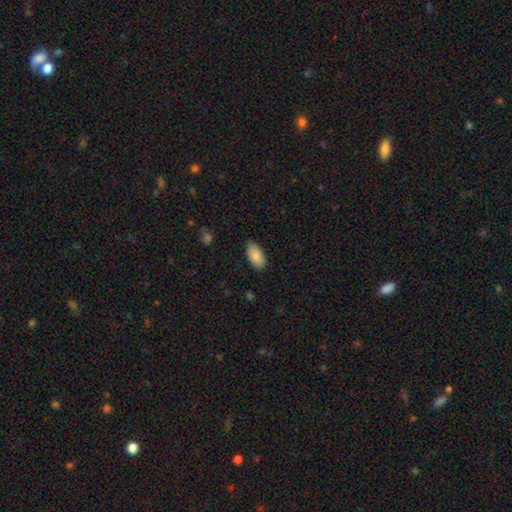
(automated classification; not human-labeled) smooth_or_featured: smooth (p=0.85) [alt: featured or disk p=0.08]
how_rounded: in between (p=0.94) [alt: cigar-shaped p=0.04]
merging: none (p=0.81) [alt: minor disturbance p=0.16]